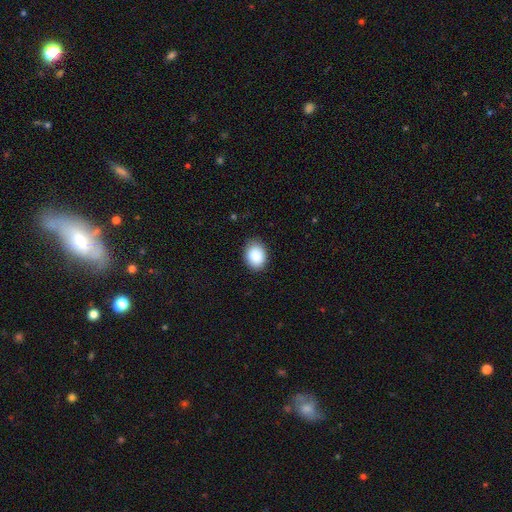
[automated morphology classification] Smooth or featured?
  - smooth: 90% *
  - star or artifact: 7%
  - featured or disk: 3%
How rounded?
  - in between: 66% *
  - round: 33%
  - cigar-shaped: 1%
Merging?
  - none: 84% *
  - minor disturbance: 12%
  - major disturbance: 3%
  - merger: 1%